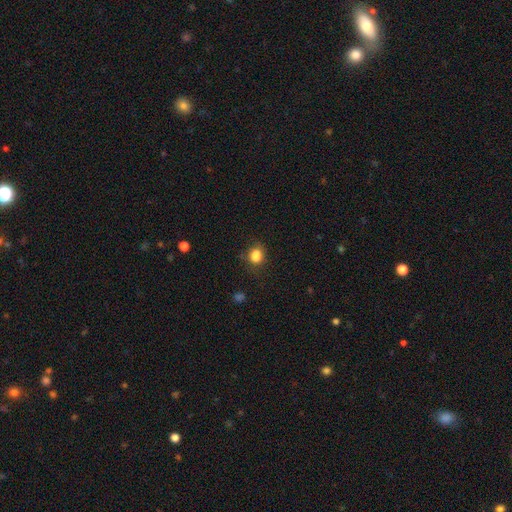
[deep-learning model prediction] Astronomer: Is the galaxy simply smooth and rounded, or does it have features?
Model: smooth — 84%.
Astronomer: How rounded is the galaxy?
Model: round — 57% (runner-up: in between, 42%).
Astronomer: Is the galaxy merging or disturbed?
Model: none — 72%.